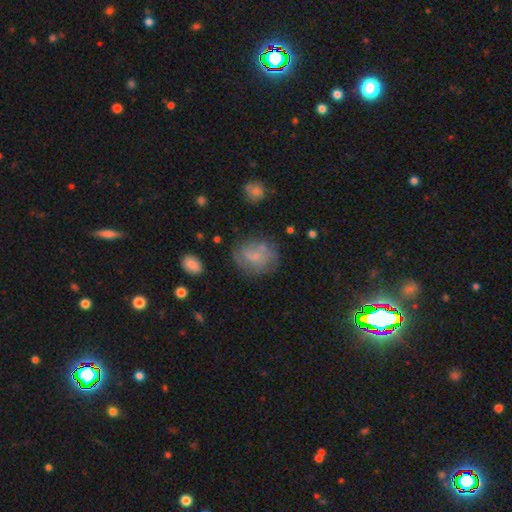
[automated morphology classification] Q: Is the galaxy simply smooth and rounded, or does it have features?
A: smooth — 50%.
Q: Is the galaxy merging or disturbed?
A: none — 58%.